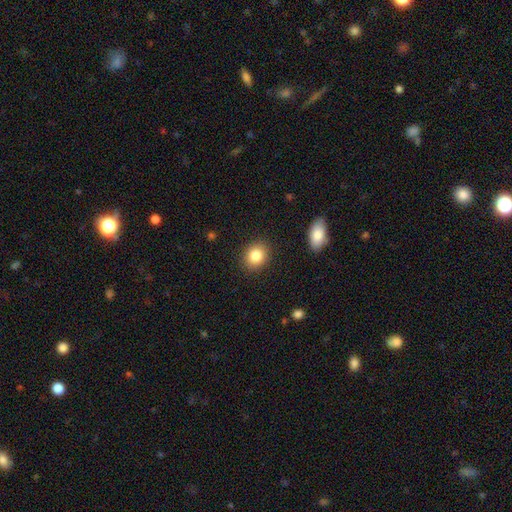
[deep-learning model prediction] Smooth or featured?
  - smooth: 84% *
  - star or artifact: 9%
  - featured or disk: 7%
How rounded?
  - round: 60% *
  - in between: 39%
  - cigar-shaped: 1%
Merging?
  - none: 89% *
  - minor disturbance: 8%
  - major disturbance: 2%
  - merger: 1%